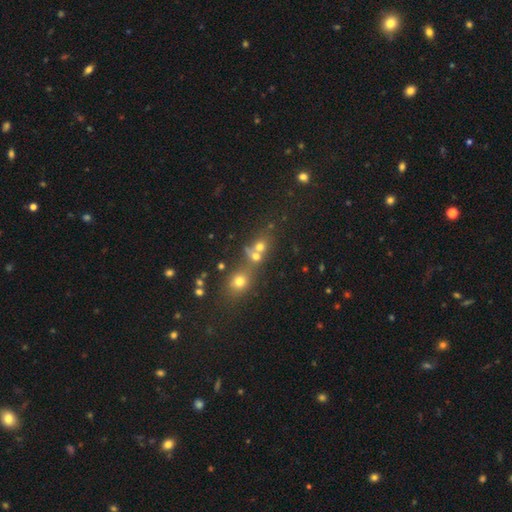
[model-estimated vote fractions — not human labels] Smooth or featured: smooth — 64% (star or artifact — 21%)
How rounded: round — 71% (in between — 27%)
Merging: merger — 48% (none — 39%)